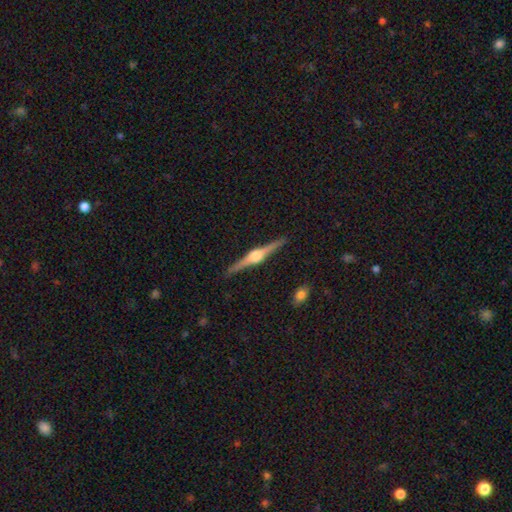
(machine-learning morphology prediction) A featured or disk galaxy (87%) viewed edge-on (99%) with a rounded central bulge (93%).

Vote fractions:
- Smooth or featured? featured or disk: 87% / smooth: 8% / star or artifact: 5%
- Edge-on disk? yes: 99% / no: 1%
- Edge-on bulge? rounded: 93% / boxy: 6% / none: 2%
- Merging? none: 92% / minor disturbance: 6% / major disturbance: 1% / merger: 1%